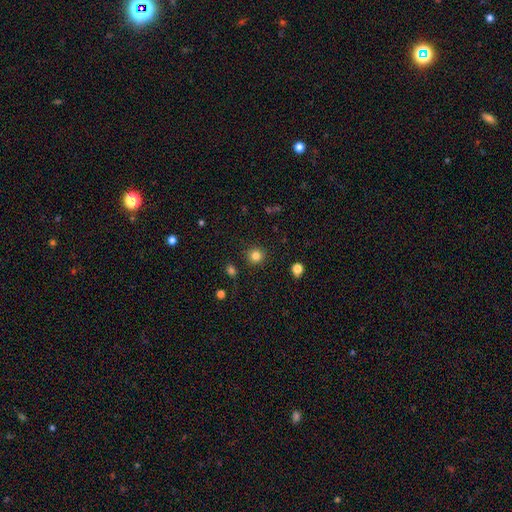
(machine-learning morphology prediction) smooth 82%, star or artifact 13%, featured or disk 5%. Down the decision tree: how rounded — round (92%); merging — none (88%).